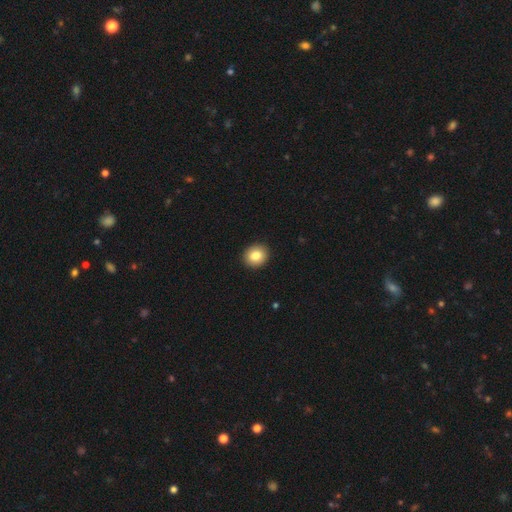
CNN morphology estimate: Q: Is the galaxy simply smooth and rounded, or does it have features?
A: smooth — 83%.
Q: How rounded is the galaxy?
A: round — 76%.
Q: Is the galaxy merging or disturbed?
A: none — 92%.